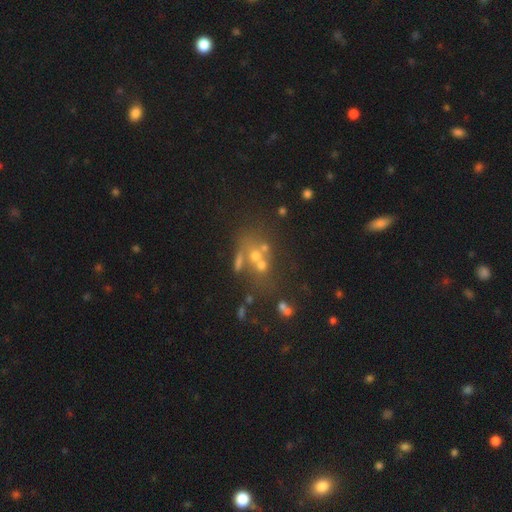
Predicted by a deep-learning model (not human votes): Smooth or featured? Predicted: star or artifact (p=0.37).